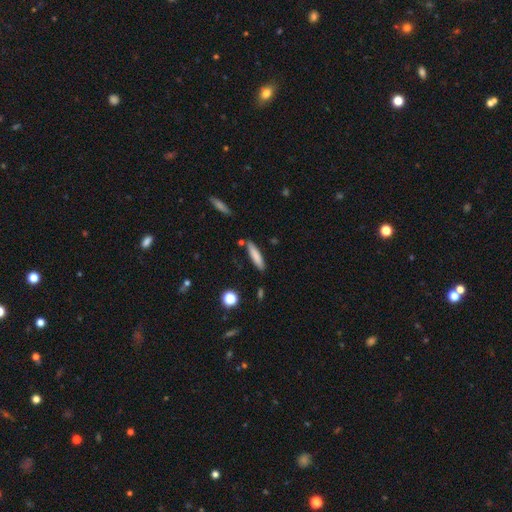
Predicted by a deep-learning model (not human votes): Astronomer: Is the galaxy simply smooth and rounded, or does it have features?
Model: smooth — 81%.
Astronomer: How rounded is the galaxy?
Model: cigar-shaped — 78%.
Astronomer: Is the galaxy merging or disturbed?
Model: none — 83%.